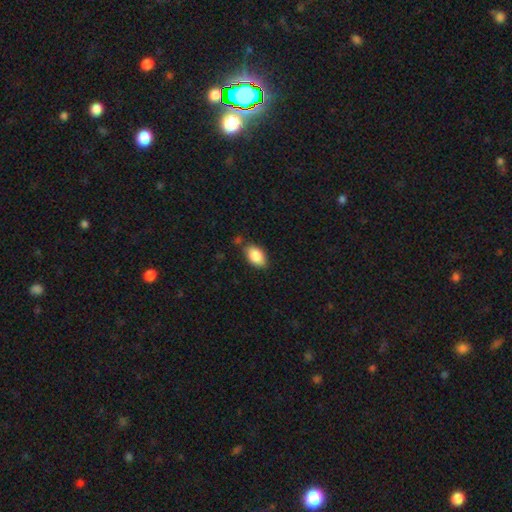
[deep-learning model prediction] smooth-or-featured: smooth: 87% | star or artifact: 7% | featured or disk: 7%
  how-rounded: in between: 93% | round: 6% | cigar-shaped: 2%
  merging: none: 77% | minor disturbance: 15% | merger: 4% | major disturbance: 3%